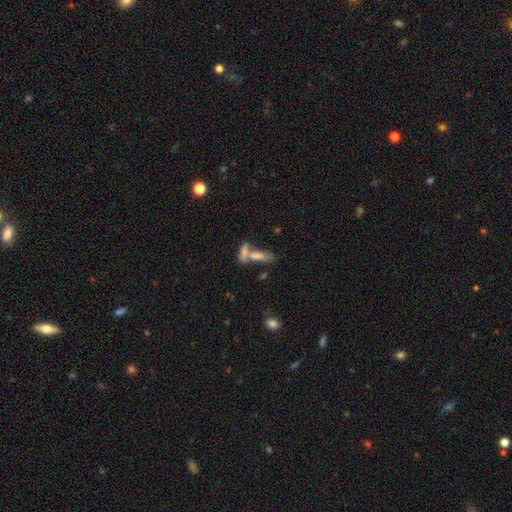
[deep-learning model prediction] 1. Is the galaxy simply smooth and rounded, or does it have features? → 60% smooth, 25% featured or disk, 15% star or artifact.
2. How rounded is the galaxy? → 48% cigar-shaped, 47% in between, 5% round.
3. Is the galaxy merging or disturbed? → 55% merger, 32% none, 8% minor disturbance, 5% major disturbance.